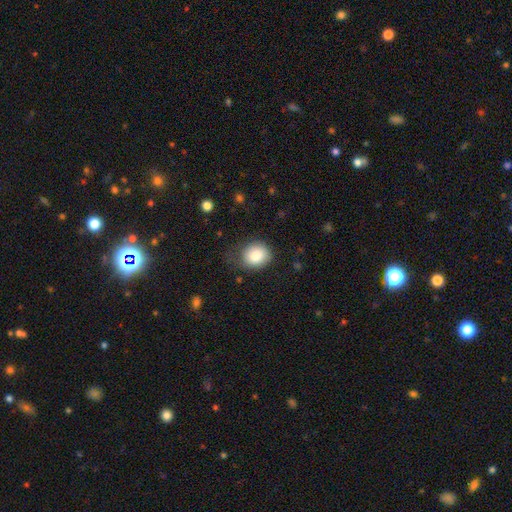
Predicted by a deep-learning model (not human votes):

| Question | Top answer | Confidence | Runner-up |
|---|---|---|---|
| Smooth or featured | smooth | 83% | star or artifact (9%) |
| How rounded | round | 64% | in between (35%) |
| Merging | none | 63% | minor disturbance (25%) |